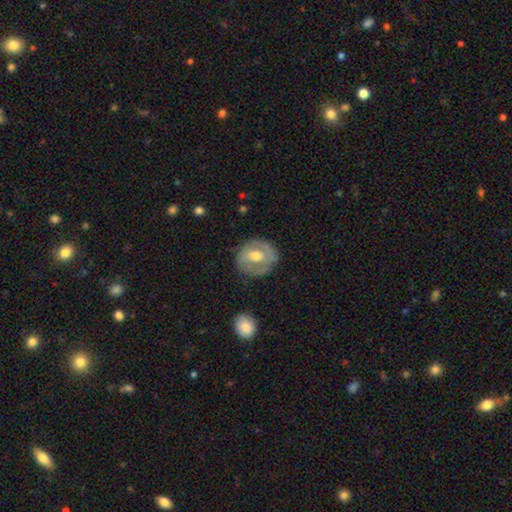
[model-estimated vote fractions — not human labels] This appears to be a featured or disk galaxy (56%) with a weak bar (43%), spiral arms (51%) and a moderate central bulge (75%). Merging: none (79%).